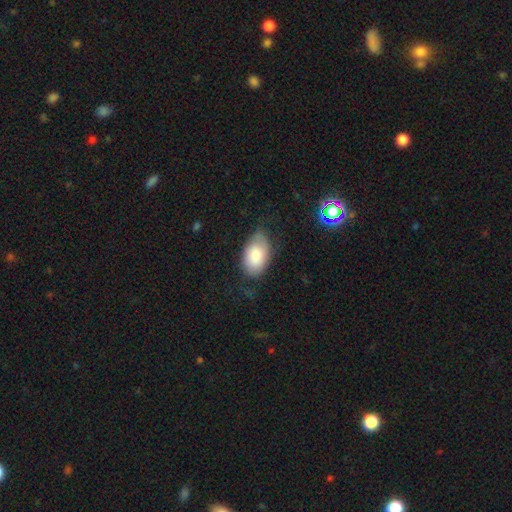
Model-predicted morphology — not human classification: A smooth galaxy with no disk features (82%) that is in between round and cigar-shaped (92%).

Vote fractions:
- Smooth or featured? smooth: 82% / featured or disk: 12% / star or artifact: 6%
- How rounded? in between: 92% / round: 6% / cigar-shaped: 1%
- Merging? none: 61% / minor disturbance: 28% / major disturbance: 9% / merger: 1%